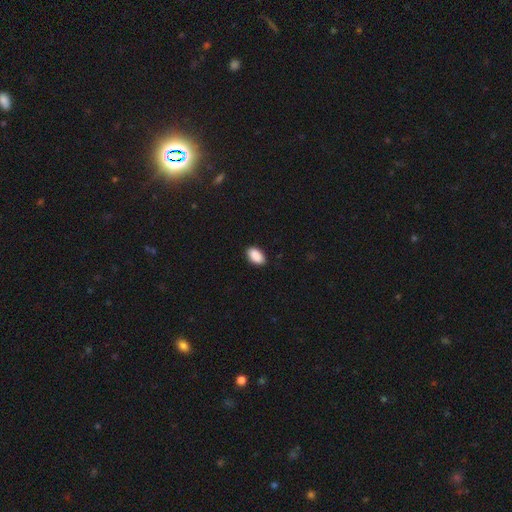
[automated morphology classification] smooth_or_featured: smooth (p=0.91) [alt: star or artifact p=0.07]
how_rounded: in between (p=0.94) [alt: round p=0.05]
merging: none (p=0.89) [alt: minor disturbance p=0.08]